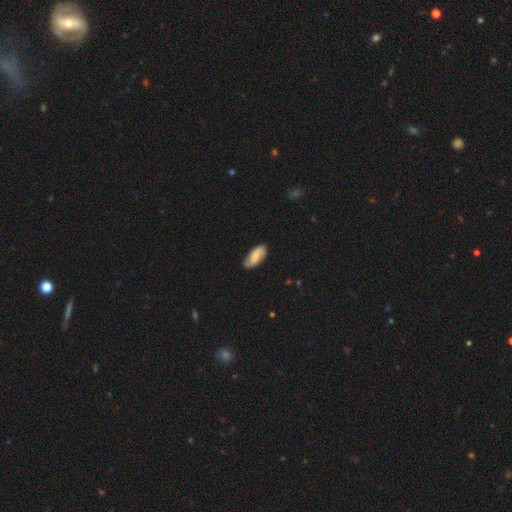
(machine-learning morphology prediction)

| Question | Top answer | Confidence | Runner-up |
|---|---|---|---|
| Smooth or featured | smooth | 47% | featured or disk (46%) |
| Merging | none | 81% | minor disturbance (15%) |